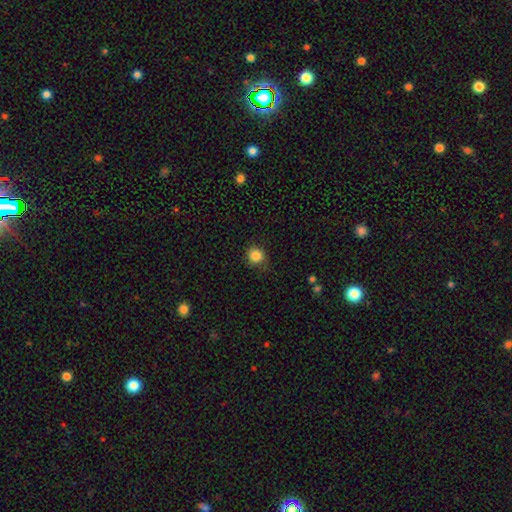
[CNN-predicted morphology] This appears to be a smooth galaxy with no disk features (85%) that is round (89%). Merging: none (83%).